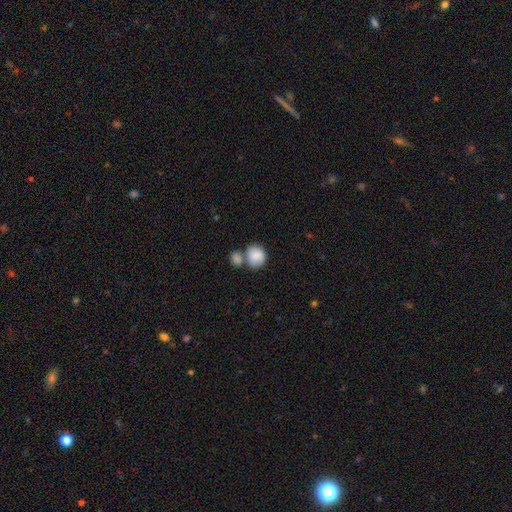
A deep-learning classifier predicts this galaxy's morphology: Smooth or featured? smooth (85%)
How rounded? round (69%)
Merging? merger (46%)